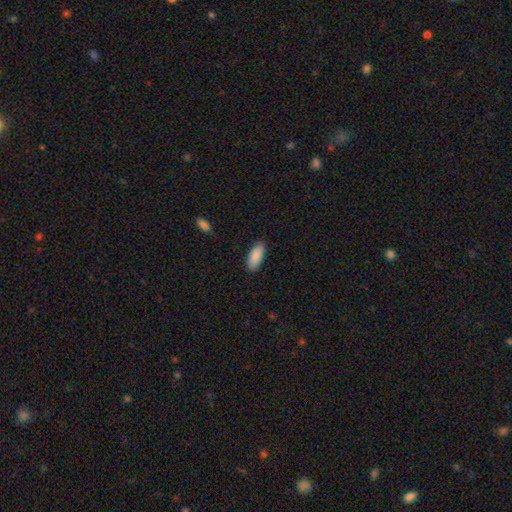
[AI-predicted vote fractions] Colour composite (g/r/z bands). It shows a smooth galaxy with no disk features (90%) that is in between round and cigar-shaped (82%). Merging: none (87%).